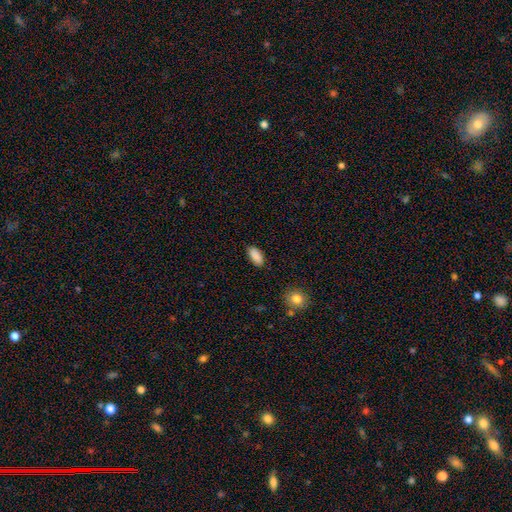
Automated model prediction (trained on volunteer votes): This appears to be a smooth galaxy with no disk features (89%) that is in between round and cigar-shaped (89%). Merging: none (86%).